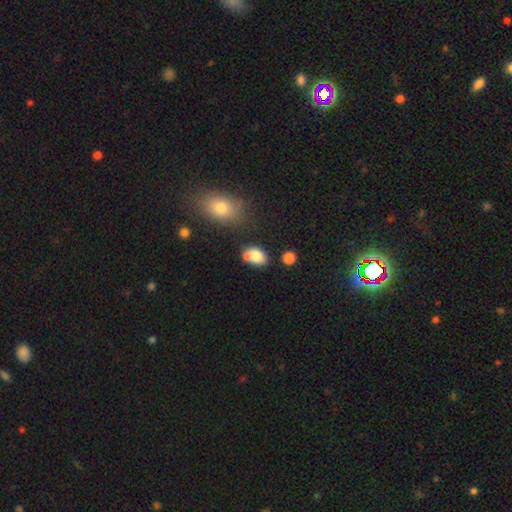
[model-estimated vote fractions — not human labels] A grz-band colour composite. It shows a smooth galaxy with no disk features (78%) that is in between round and cigar-shaped (74%). Merging: none (43%).